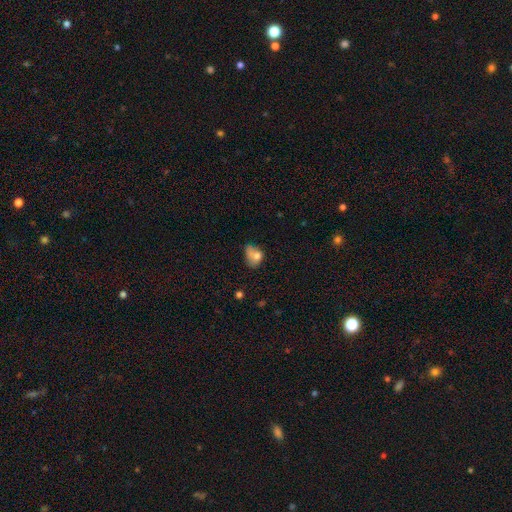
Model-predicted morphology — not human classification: Q: Smooth or featured?
A: smooth (71%); runner-up: featured or disk (18%)
Q: How rounded?
A: in between (68%); runner-up: round (31%)
Q: Merging?
A: minor disturbance (33%); runner-up: none (26%)